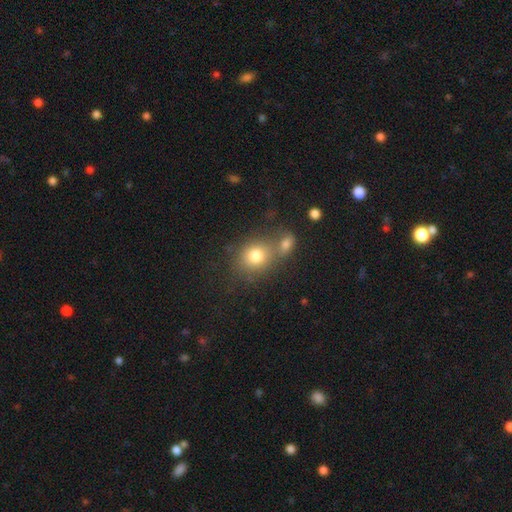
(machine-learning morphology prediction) Smooth or featured? Predicted: smooth (p=0.78). How rounded? Predicted: round (p=0.62). Merging? Predicted: none (p=0.48).